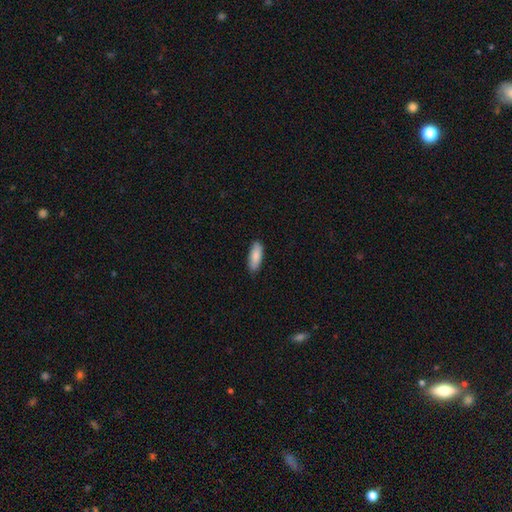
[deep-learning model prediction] Smooth or featured: smooth — 88% (featured or disk — 7%)
How rounded: in between — 69% (cigar-shaped — 30%)
Merging: none — 88% (minor disturbance — 9%)